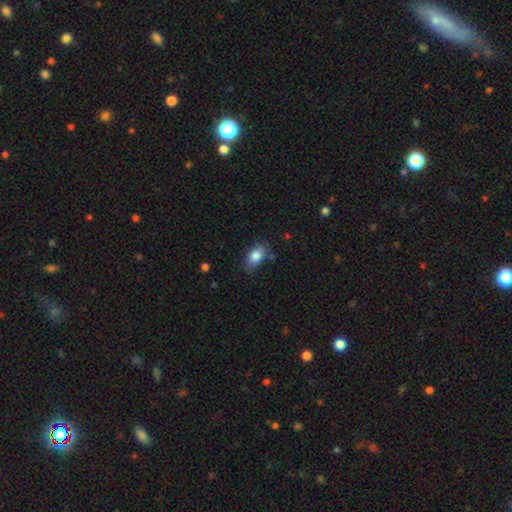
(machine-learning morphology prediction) Overall: smooth (85%). How rounded: in between (89%). Merging: none (74%).